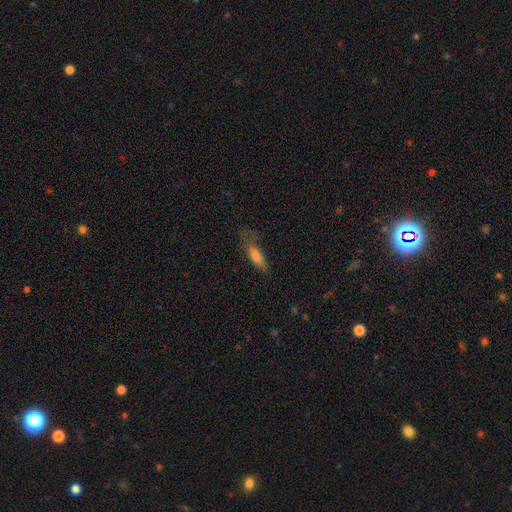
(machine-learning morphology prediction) Smooth or featured?
  - smooth: 59% *
  - featured or disk: 27%
  - star or artifact: 14%
How rounded?
  - cigar-shaped: 55% *
  - in between: 42%
  - round: 3%
Merging?
  - none: 54% *
  - minor disturbance: 26%
  - major disturbance: 17%
  - merger: 2%